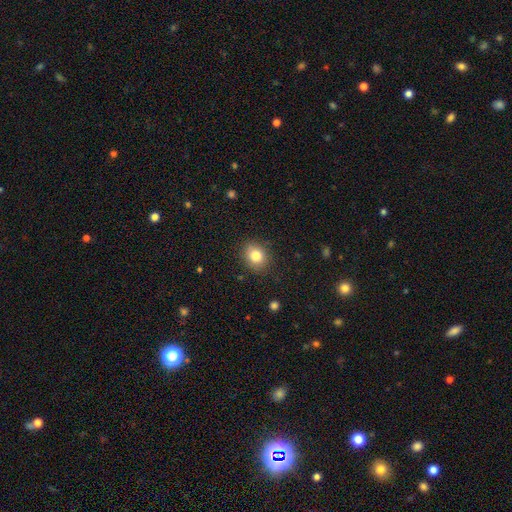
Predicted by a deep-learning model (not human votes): Morphology: type=smooth (82%); roundness=round (61%); merging=none (86%).